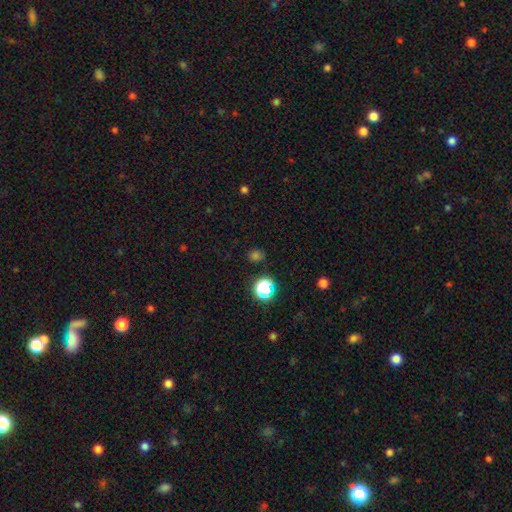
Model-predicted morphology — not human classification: Smooth or featured?
  - smooth: 62% *
  - star or artifact: 33%
  - featured or disk: 5%
How rounded?
  - round: 75% *
  - in between: 24%
  - cigar-shaped: 1%
Merging?
  - none: 85% *
  - minor disturbance: 9%
  - major disturbance: 3%
  - merger: 2%